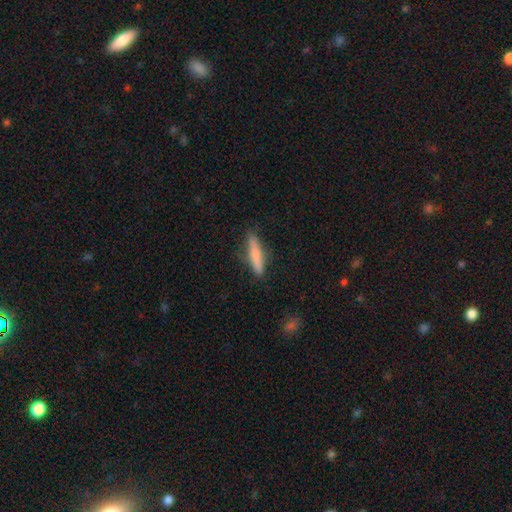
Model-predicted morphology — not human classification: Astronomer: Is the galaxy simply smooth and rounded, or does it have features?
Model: smooth — 73%.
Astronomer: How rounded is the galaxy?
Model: cigar-shaped — 89%.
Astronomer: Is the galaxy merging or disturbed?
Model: none — 85%.